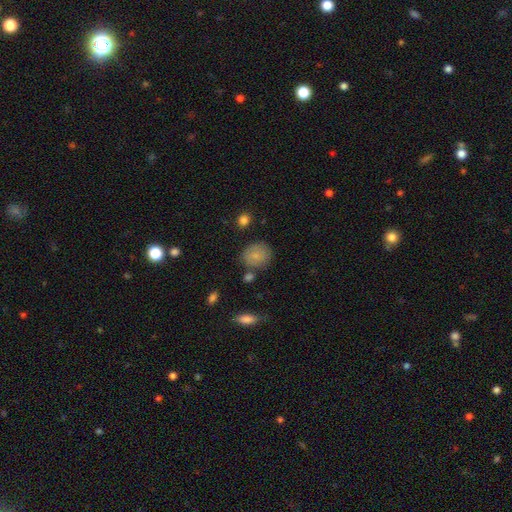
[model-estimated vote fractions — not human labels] This appears to be a smooth galaxy with no disk features (82%) that is round (68%). Merging: none (75%).